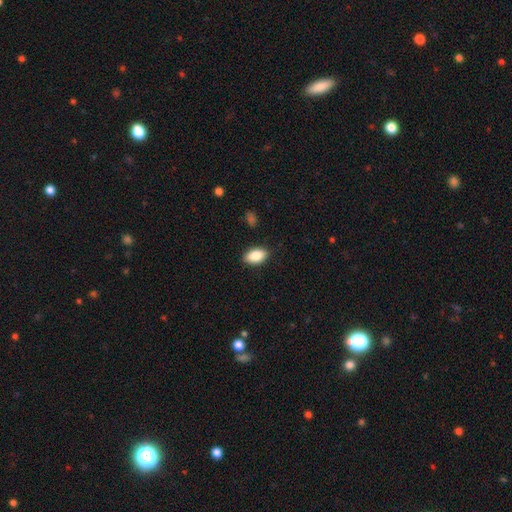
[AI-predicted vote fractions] smooth 86%, featured or disk 7%, star or artifact 7%. Down the decision tree: how rounded — in between (92%); merging — none (87%).